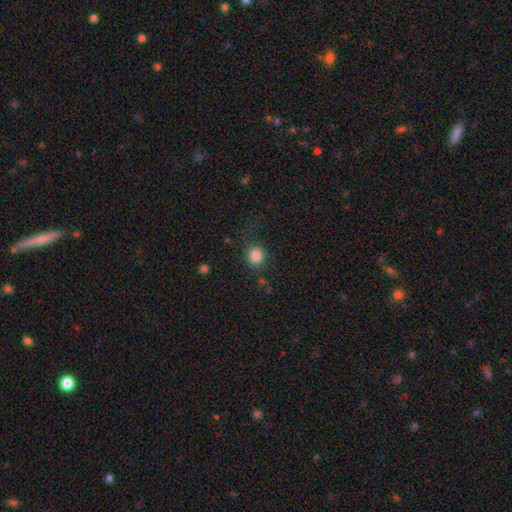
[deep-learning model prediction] Morphology: type=smooth (84%); roundness=round (89%); merging=none (81%).